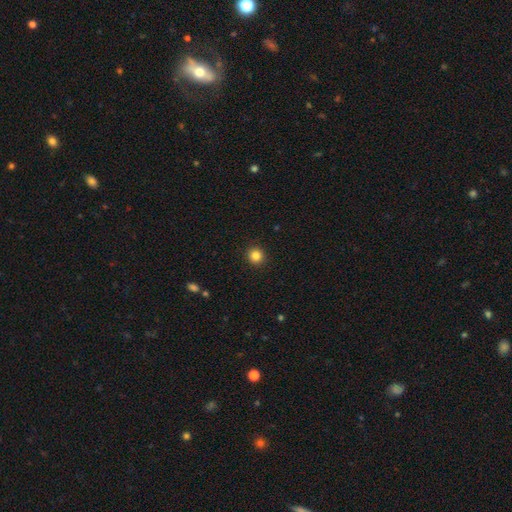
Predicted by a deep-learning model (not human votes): smooth 84%, star or artifact 11%, featured or disk 5%. Down the decision tree: how rounded — round (93%); merging — none (93%).